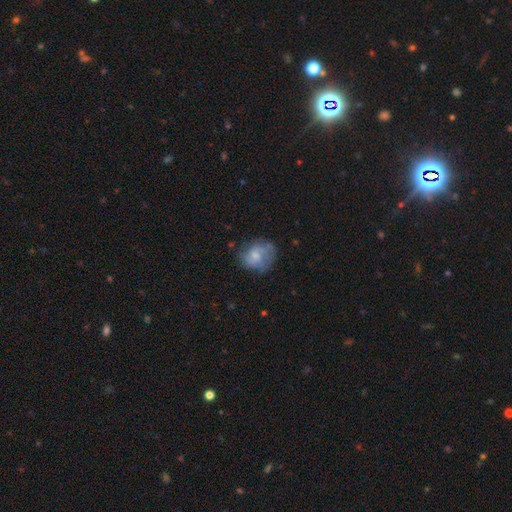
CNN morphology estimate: type=smooth (53%); roundness=round (66%); merging=none (59%).